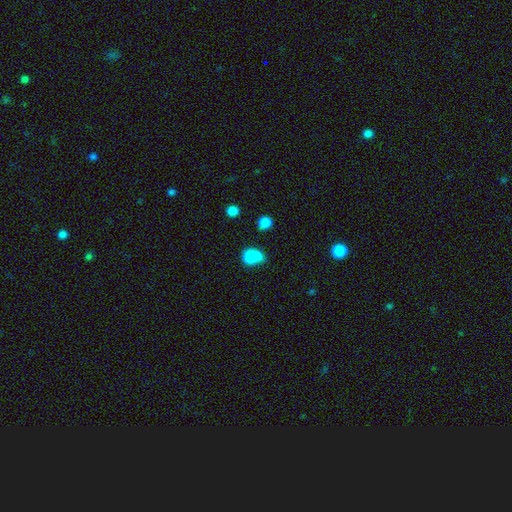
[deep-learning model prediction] Smooth or featured?
  - smooth: 80% *
  - featured or disk: 10%
  - star or artifact: 10%
How rounded?
  - in between: 56% *
  - round: 42%
  - cigar-shaped: 1%
Merging?
  - minor disturbance: 37% *
  - none: 31%
  - major disturbance: 19%
  - merger: 14%